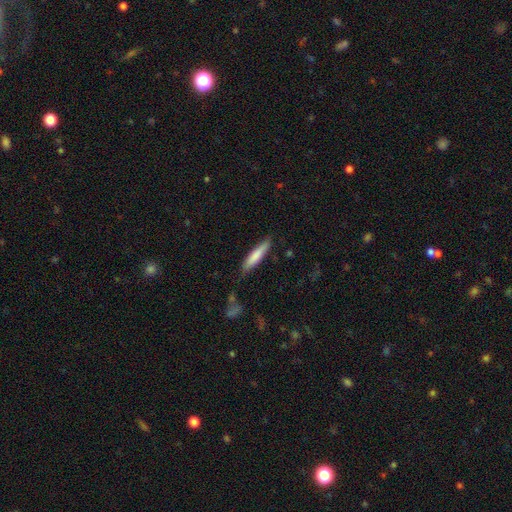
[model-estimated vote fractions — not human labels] A smooth galaxy with no disk features (77%) that is cigar-shaped (86%).

Vote fractions:
- Smooth or featured? smooth: 77% / featured or disk: 17% / star or artifact: 5%
- How rounded? cigar-shaped: 86% / in between: 13% / round: 1%
- Merging? none: 81% / minor disturbance: 14% / major disturbance: 3% / merger: 2%